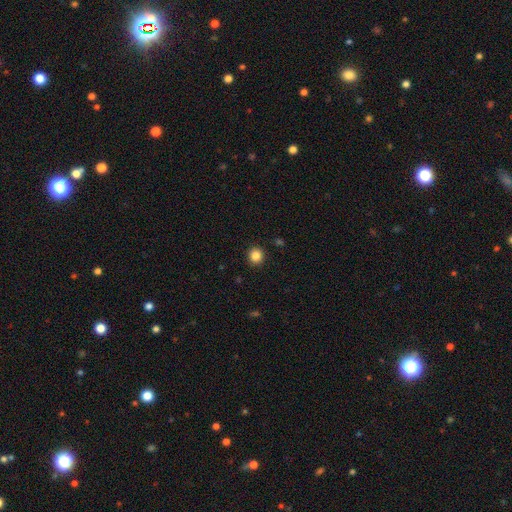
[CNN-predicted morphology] This appears to be a smooth galaxy with no disk features (85%) that is round (91%). Merging: none (92%).